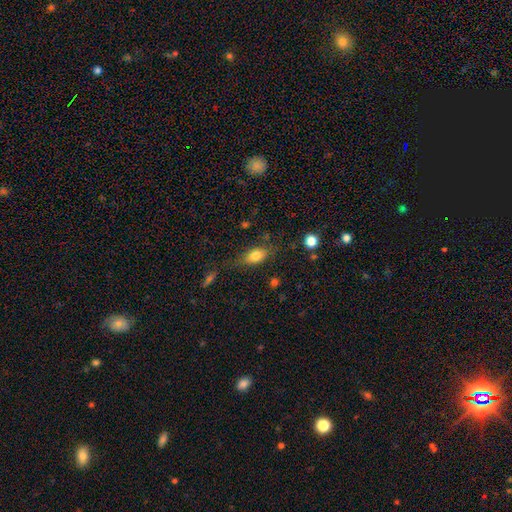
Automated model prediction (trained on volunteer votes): The model was most divided on "merging": none: 66%, minor disturbance: 21%, major disturbance: 9%, merger: 4%. More confident: how rounded — in between (81%); smooth or featured — smooth (77%).